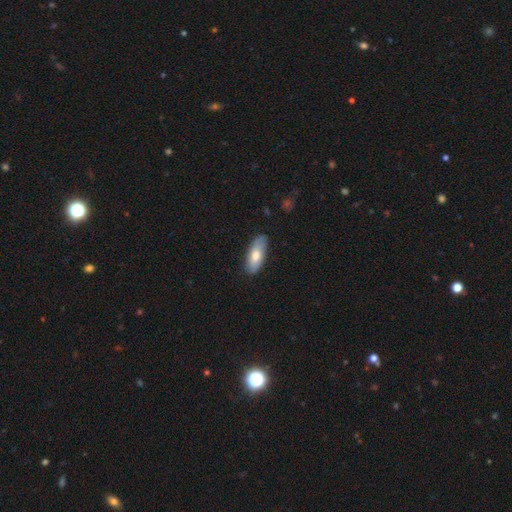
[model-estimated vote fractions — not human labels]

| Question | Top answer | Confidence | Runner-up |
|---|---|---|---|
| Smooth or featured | smooth | 70% | featured or disk (24%) |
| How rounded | in between | 78% | cigar-shaped (19%) |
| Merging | none | 80% | minor disturbance (16%) |